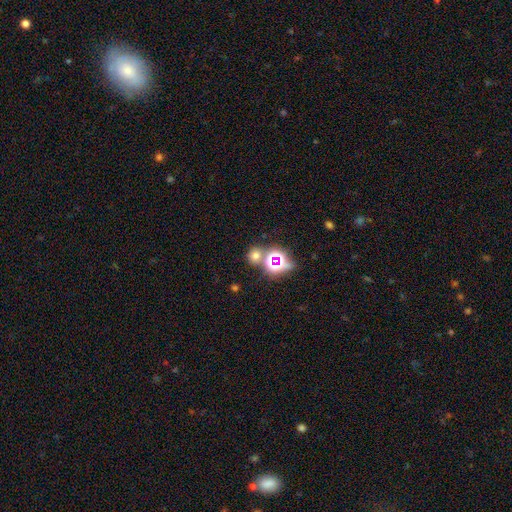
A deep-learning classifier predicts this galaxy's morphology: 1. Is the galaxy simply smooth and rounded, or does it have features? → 56% smooth, 36% star or artifact, 8% featured or disk.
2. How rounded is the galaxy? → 82% round, 17% in between, 1% cigar-shaped.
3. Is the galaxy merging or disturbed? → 71% none, 17% merger, 8% minor disturbance, 4% major disturbance.